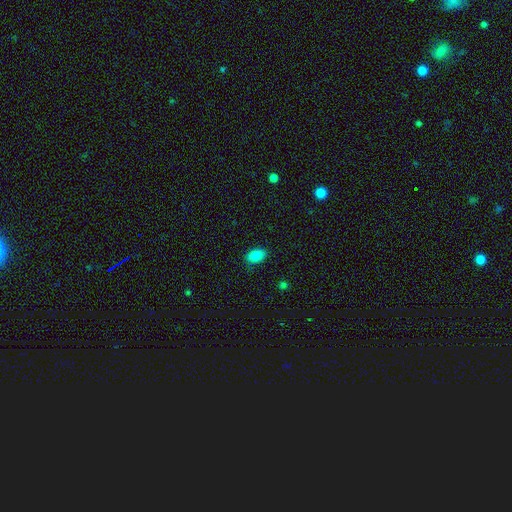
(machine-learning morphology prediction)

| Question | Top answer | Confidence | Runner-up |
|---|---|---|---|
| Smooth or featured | smooth | 86% | star or artifact (8%) |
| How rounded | in between | 89% | round (9%) |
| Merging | none | 84% | minor disturbance (12%) |